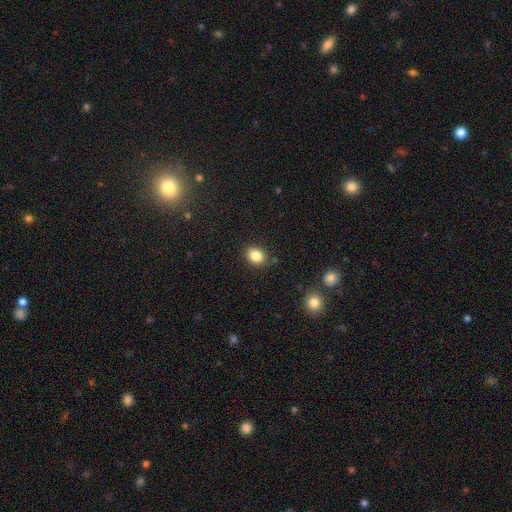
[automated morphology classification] A smooth galaxy with no disk features (84%) that is round (50%).

Vote fractions:
- Smooth or featured? smooth: 84% / star or artifact: 10% / featured or disk: 5%
- How rounded? round: 50% / in between: 49% / cigar-shaped: 1%
- Merging? none: 83% / minor disturbance: 11% / major disturbance: 3% / merger: 2%